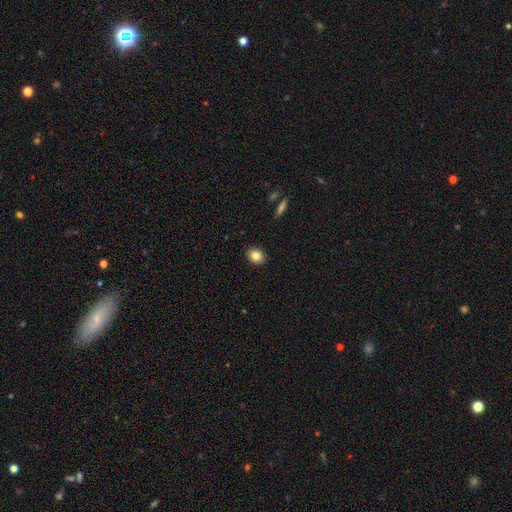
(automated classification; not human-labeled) Smooth or featured? Predicted: smooth (p=0.84). How rounded? Predicted: round (p=0.54). Merging? Predicted: none (p=0.91).